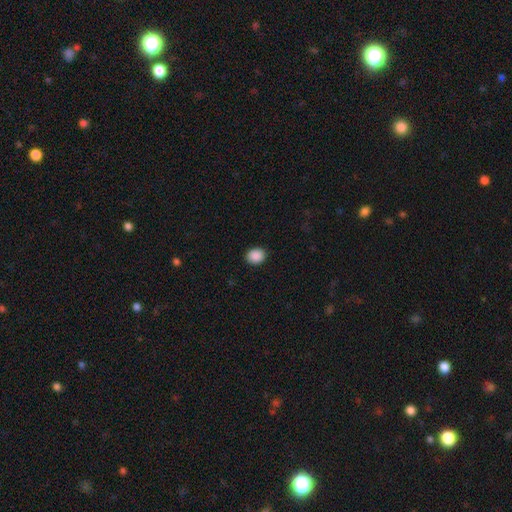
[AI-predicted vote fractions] A smooth galaxy with no disk features (90%) that is round (61%).

Vote fractions:
- Smooth or featured? smooth: 90% / star or artifact: 8% / featured or disk: 2%
- How rounded? round: 61% / in between: 38% / cigar-shaped: 1%
- Merging? none: 91% / minor disturbance: 6% / major disturbance: 2% / merger: 1%